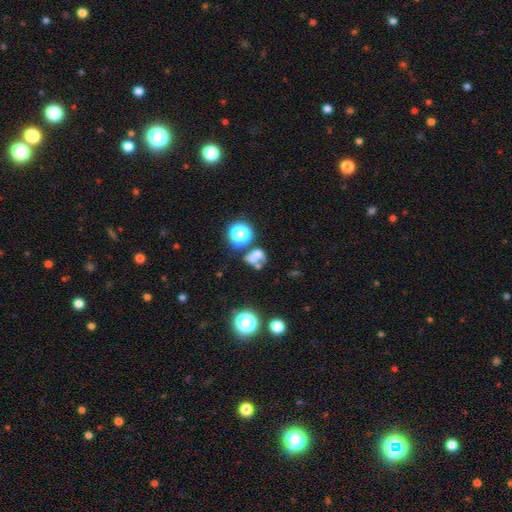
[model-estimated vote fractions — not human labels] smooth 52%, featured or disk 25%, star or artifact 23%. Down the decision tree: how rounded — round (59%); merging — merger (36%).